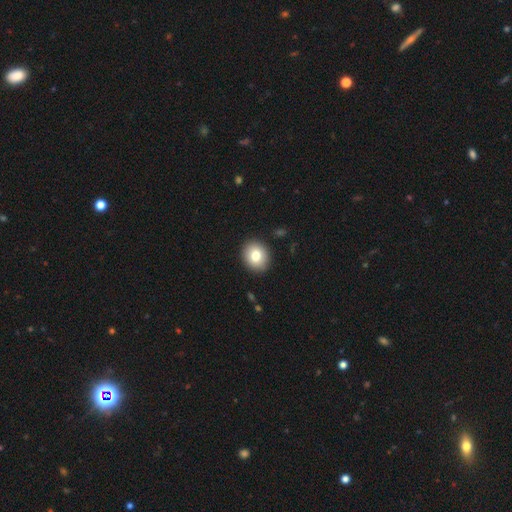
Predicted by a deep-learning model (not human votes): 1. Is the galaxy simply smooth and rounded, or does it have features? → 80% smooth, 11% featured or disk, 9% star or artifact.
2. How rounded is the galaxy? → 69% round, 30% in between, 1% cigar-shaped.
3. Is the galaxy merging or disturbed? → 91% none, 6% minor disturbance, 2% major disturbance, 1% merger.